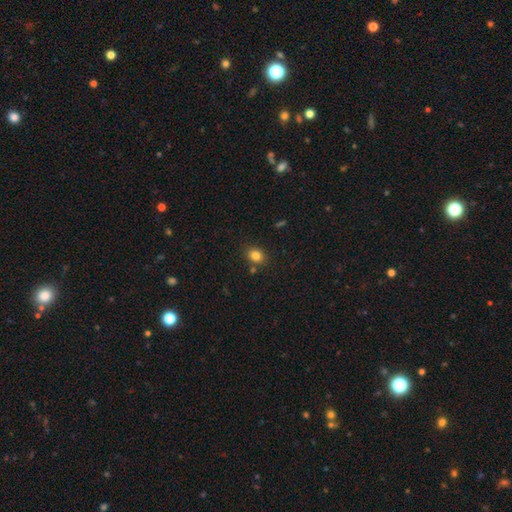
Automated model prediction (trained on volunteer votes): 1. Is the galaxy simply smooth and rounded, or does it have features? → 82% smooth, 12% star or artifact, 6% featured or disk.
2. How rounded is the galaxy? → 56% round, 43% in between, 1% cigar-shaped.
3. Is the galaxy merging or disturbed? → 81% none, 10% minor disturbance, 6% merger, 3% major disturbance.